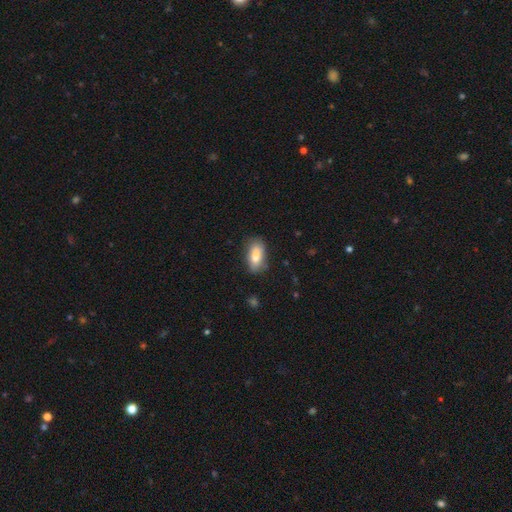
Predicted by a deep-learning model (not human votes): Smooth or featured: smooth — 80% (featured or disk — 13%)
How rounded: in between — 88% (cigar-shaped — 8%)
Merging: none — 77% (minor disturbance — 17%)